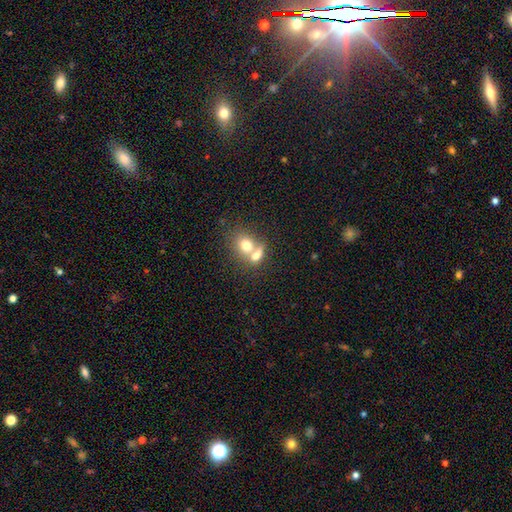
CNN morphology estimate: Smooth or featured? smooth (72%)
How rounded? in between (54%)
Merging? merger (67%)